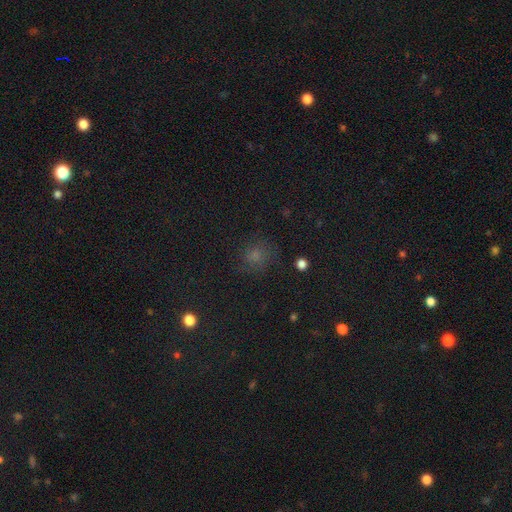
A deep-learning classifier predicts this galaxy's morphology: type=smooth (67%); roundness=round (82%); merging=none (73%).